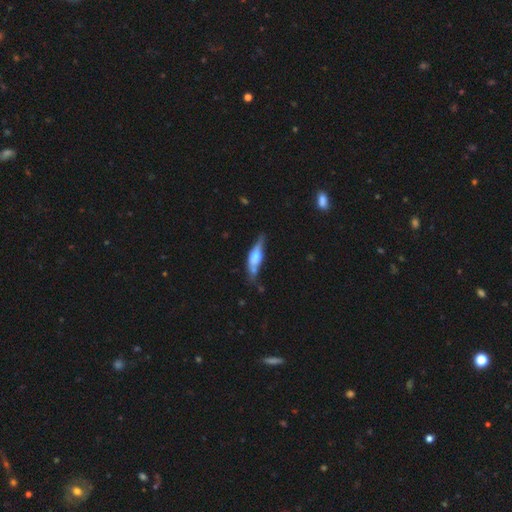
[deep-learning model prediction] featured or disk 54%, smooth 40%, star or artifact 6%. Down the decision tree: edge-on disk — yes (83%); merging — none (56%).